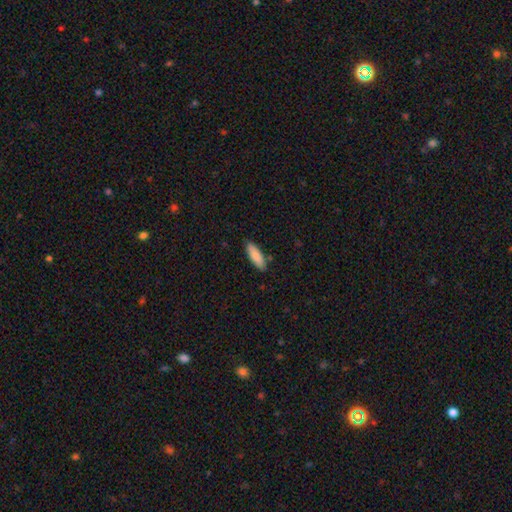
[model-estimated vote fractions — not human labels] This appears to be a smooth galaxy with no disk features (86%) that is in between round and cigar-shaped (57%). Merging: none (85%).